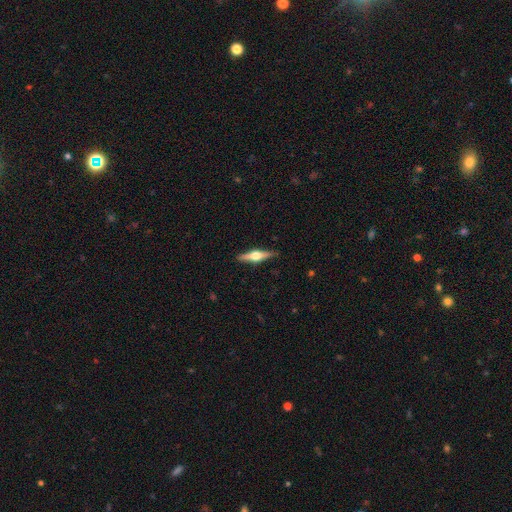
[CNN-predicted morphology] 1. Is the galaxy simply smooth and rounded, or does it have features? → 68% featured or disk, 26% smooth, 5% star or artifact.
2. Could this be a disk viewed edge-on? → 97% yes, 3% no.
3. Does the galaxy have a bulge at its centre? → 94% rounded, 4% boxy, 2% none.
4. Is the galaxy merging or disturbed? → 89% none, 8% minor disturbance, 2% major disturbance, 1% merger.